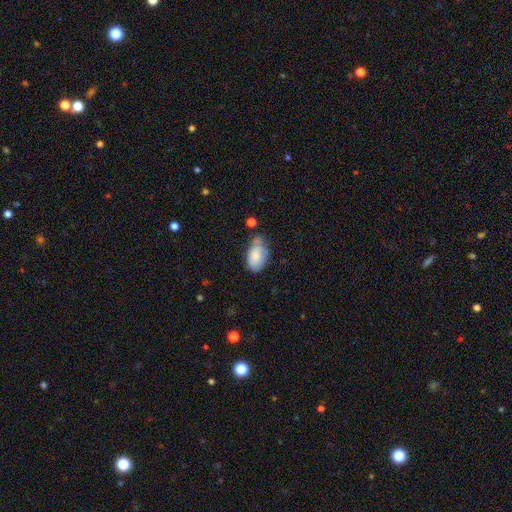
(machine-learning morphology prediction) This appears to be a smooth galaxy with no disk features (79%) that is in between round and cigar-shaped (93%). Merging: none (43%).